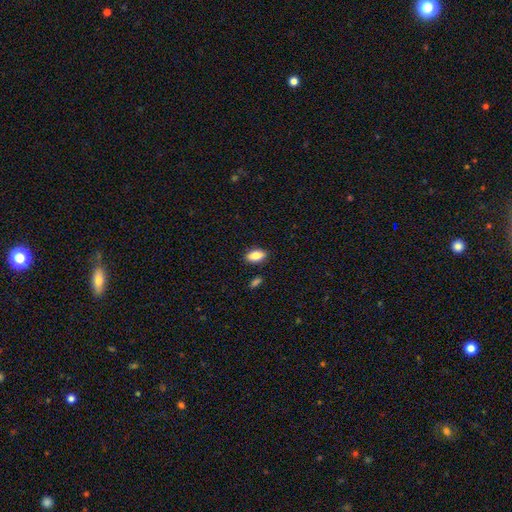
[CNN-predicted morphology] smooth_or_featured: smooth (p=0.84) [alt: featured or disk p=0.09]
how_rounded: in between (p=0.90) [alt: round p=0.05]
merging: none (p=0.86) [alt: minor disturbance p=0.09]